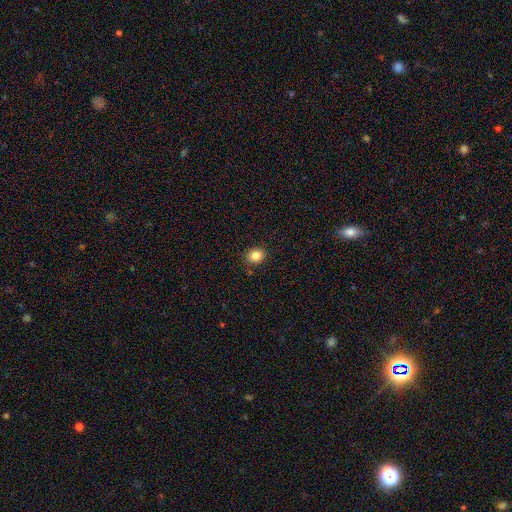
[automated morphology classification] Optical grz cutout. It shows a smooth galaxy with no disk features (84%) that is round (66%). Merging: none (88%).